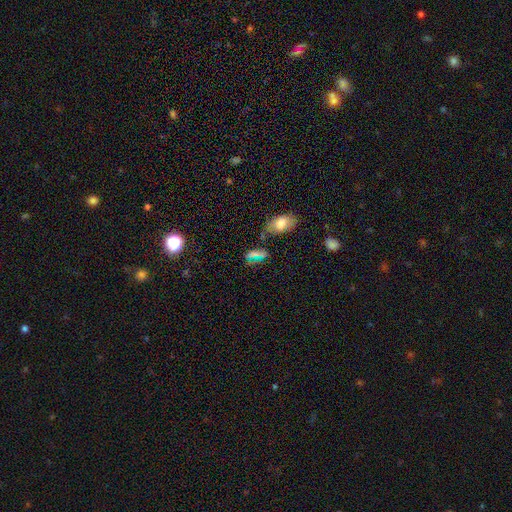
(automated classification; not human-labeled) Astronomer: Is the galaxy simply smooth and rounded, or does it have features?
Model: smooth — 60%.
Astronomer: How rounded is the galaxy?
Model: in between — 66%.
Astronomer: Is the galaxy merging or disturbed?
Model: none — 62%.